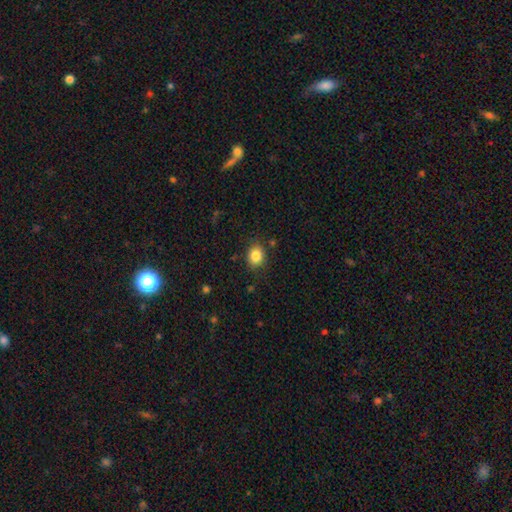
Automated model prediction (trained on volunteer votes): A smooth galaxy with no disk features (84%) that is round (54%).

Vote fractions:
- Smooth or featured? smooth: 84% / star or artifact: 10% / featured or disk: 6%
- How rounded? round: 54% / in between: 45% / cigar-shaped: 1%
- Merging? none: 82% / minor disturbance: 13% / major disturbance: 3% / merger: 2%